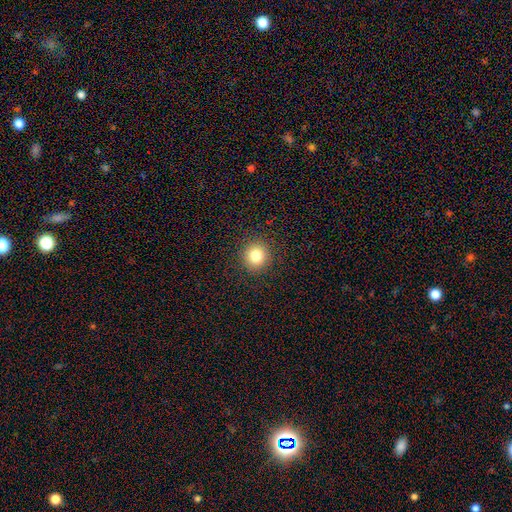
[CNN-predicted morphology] A smooth galaxy with no disk features (81%) that is round (90%). Merging: none (91%).